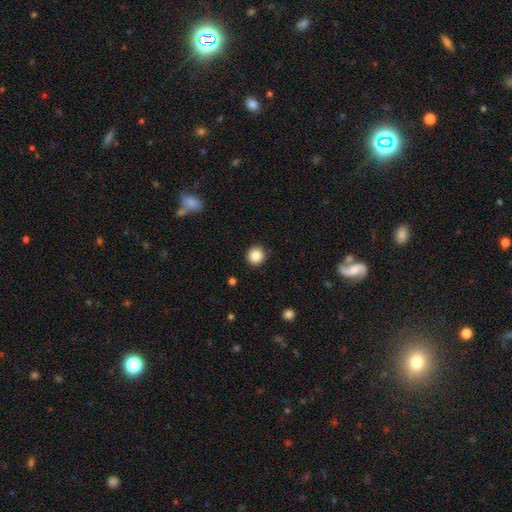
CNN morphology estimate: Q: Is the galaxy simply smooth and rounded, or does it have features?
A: smooth — 87%.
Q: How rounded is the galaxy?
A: round — 95%.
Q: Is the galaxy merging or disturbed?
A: none — 91%.